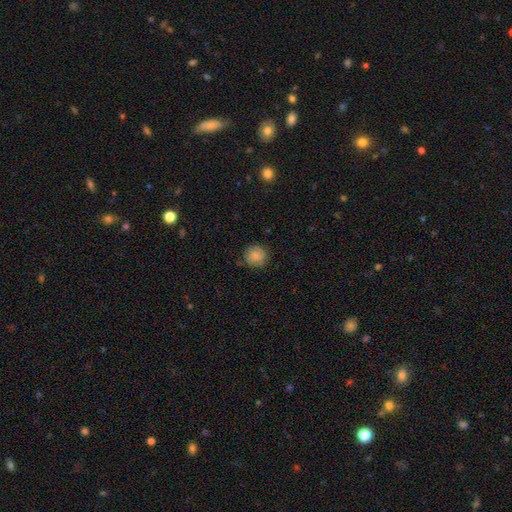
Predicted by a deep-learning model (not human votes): smooth 77%, featured or disk 15%, star or artifact 8%. Down the decision tree: how rounded — round (91%); merging — none (84%).